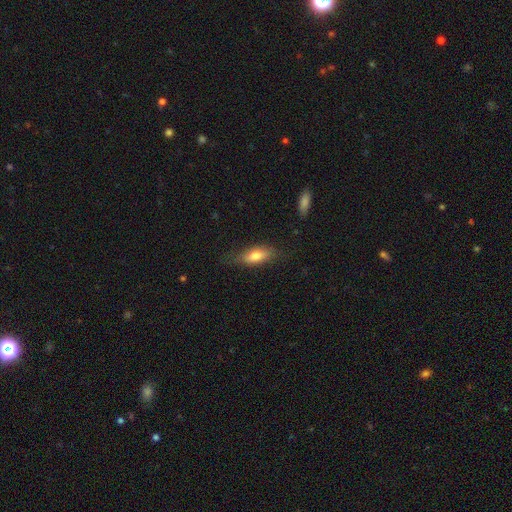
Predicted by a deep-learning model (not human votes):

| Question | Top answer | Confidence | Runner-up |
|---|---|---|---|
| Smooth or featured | smooth | 71% | featured or disk (22%) |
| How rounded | in between | 69% | cigar-shaped (27%) |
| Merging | none | 72% | minor disturbance (21%) |